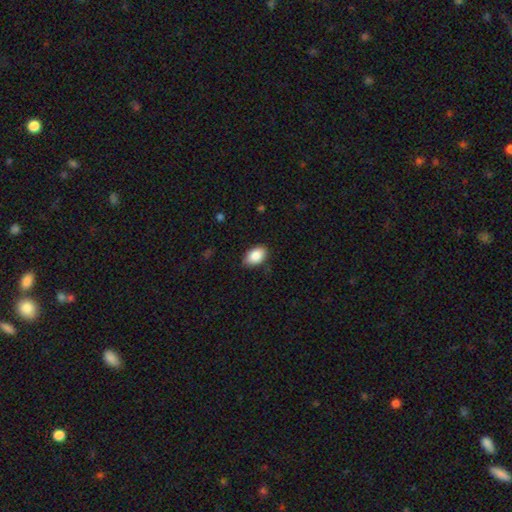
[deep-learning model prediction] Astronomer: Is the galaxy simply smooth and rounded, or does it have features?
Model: smooth — 87%.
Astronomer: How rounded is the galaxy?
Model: in between — 91%.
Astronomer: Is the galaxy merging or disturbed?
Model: none — 83%.